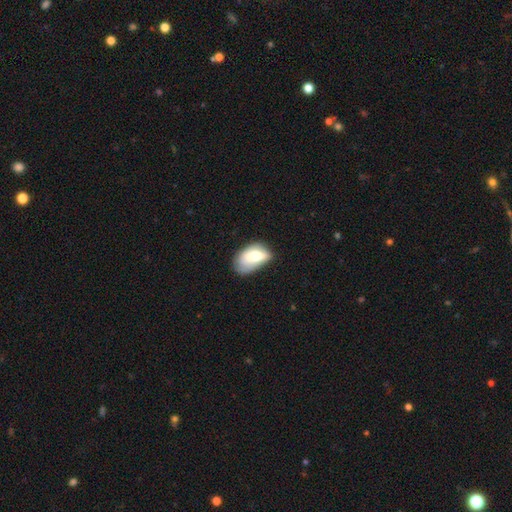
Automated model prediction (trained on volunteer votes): This appears to be a smooth galaxy with no disk features (66%) that is in between round and cigar-shaped (91%). Merging: minor disturbance (38%, tied with none).